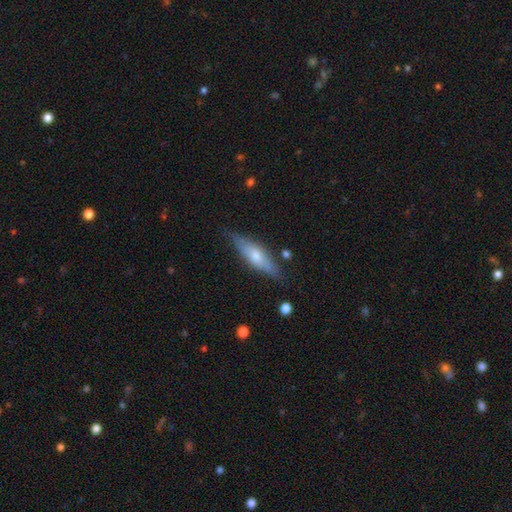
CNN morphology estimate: Q: Smooth or featured?
A: featured or disk (51%); runner-up: smooth (43%)
Q: Edge-on disk?
A: yes (83%); runner-up: no (17%)
Q: Merging?
A: none (77%); runner-up: minor disturbance (17%)